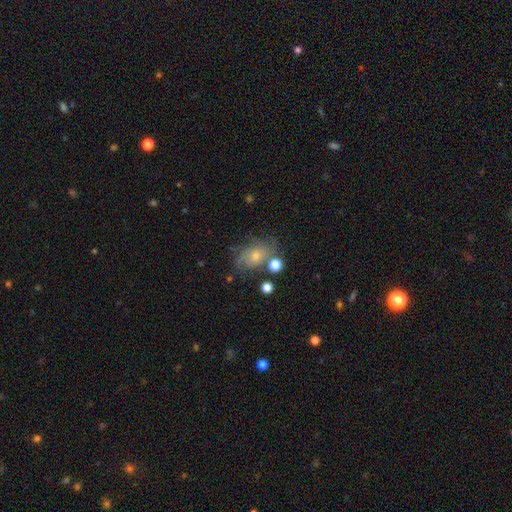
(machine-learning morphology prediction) Q: Smooth or featured?
A: featured or disk (46%); runner-up: smooth (41%)
Q: Merging?
A: none (53%); runner-up: minor disturbance (23%)